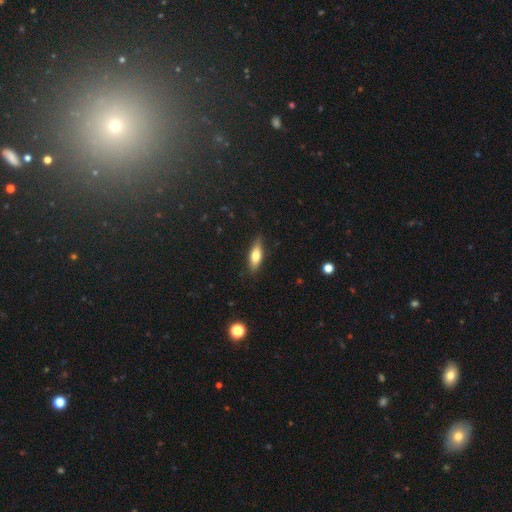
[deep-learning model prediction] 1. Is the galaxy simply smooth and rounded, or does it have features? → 65% smooth, 28% featured or disk, 7% star or artifact.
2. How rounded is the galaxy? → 57% in between, 40% cigar-shaped, 3% round.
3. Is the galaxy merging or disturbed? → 83% none, 13% minor disturbance, 3% major disturbance, 1% merger.